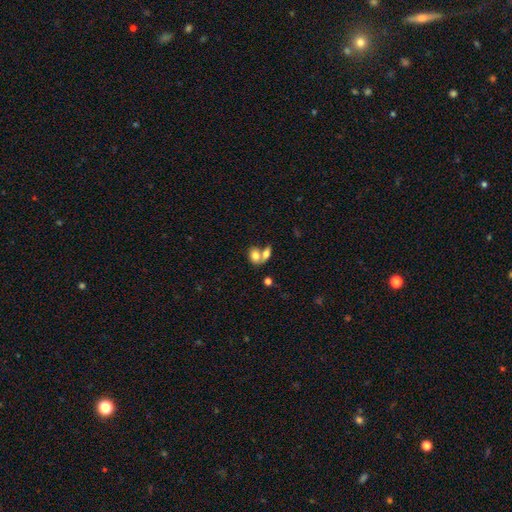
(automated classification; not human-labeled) Smooth or featured? Predicted: smooth (p=0.75). How rounded? Predicted: in between (p=0.72). Merging? Predicted: merger (p=0.63).